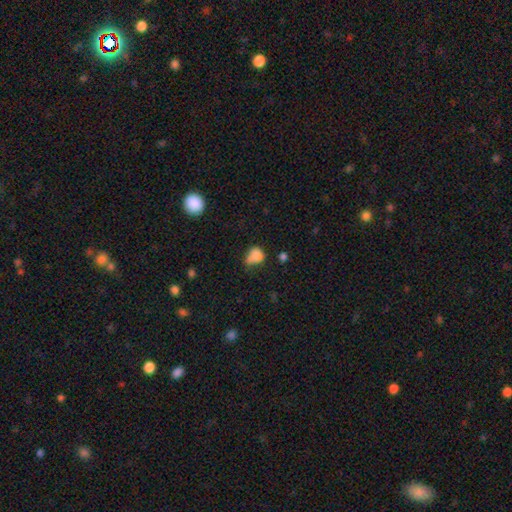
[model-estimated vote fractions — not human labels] This appears to be a smooth galaxy with no disk features (81%) that is round (53%). Merging: minor disturbance (38%).